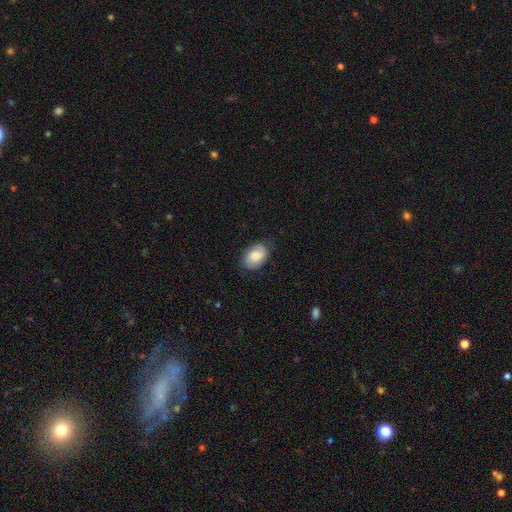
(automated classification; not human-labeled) smooth_or_featured: smooth (p=0.66) [alt: featured or disk p=0.27]
how_rounded: in between (p=0.86) [alt: round p=0.13]
merging: none (p=0.77) [alt: minor disturbance p=0.17]